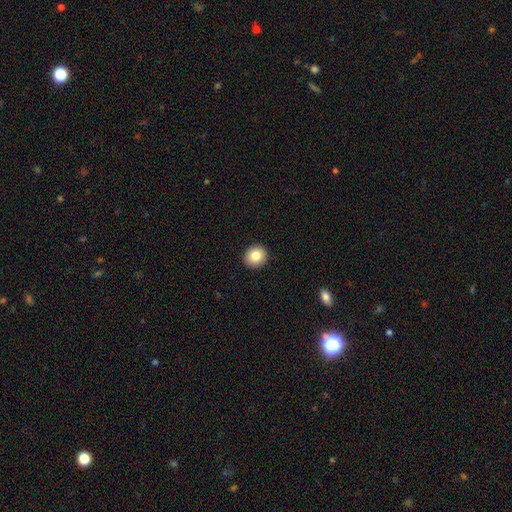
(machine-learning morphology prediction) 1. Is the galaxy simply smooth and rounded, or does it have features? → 83% smooth, 9% star or artifact, 8% featured or disk.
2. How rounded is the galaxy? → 83% round, 16% in between, 1% cigar-shaped.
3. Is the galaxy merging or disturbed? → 92% none, 5% minor disturbance, 2% major disturbance, 1% merger.